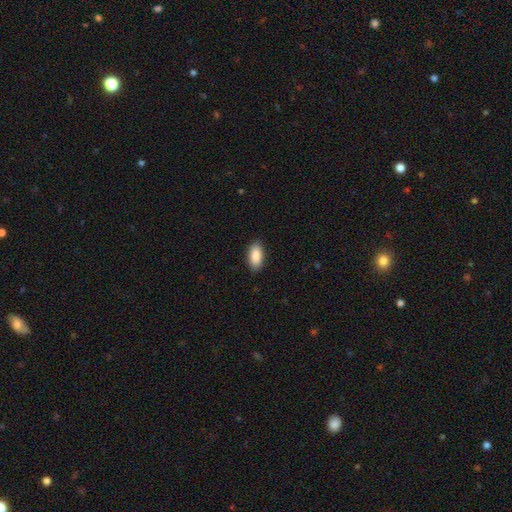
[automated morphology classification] This appears to be a smooth galaxy with no disk features (89%) that is in between round and cigar-shaped (92%). Merging: none (87%).